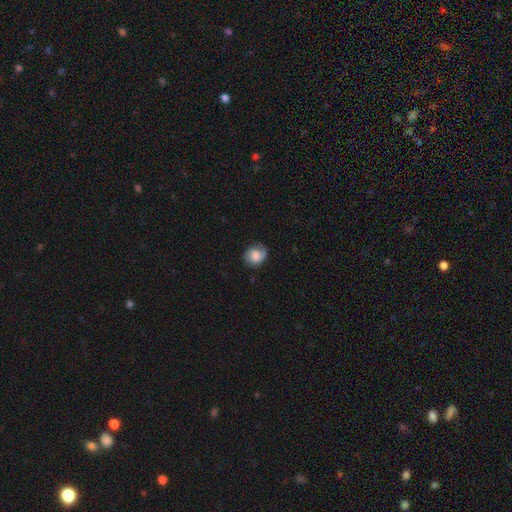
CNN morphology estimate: smooth-or-featured: smooth: 59% | featured or disk: 32% | star or artifact: 9%
  how-rounded: round: 70% | in between: 29% | cigar-shaped: 1%
  merging: none: 65% | minor disturbance: 24% | major disturbance: 9% | merger: 1%